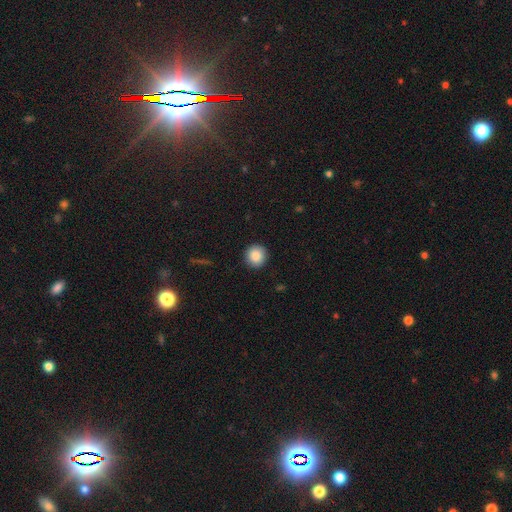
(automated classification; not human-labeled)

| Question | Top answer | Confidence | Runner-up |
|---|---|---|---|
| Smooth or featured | smooth | 87% | star or artifact (8%) |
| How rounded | round | 93% | in between (6%) |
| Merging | none | 91% | minor disturbance (6%) |